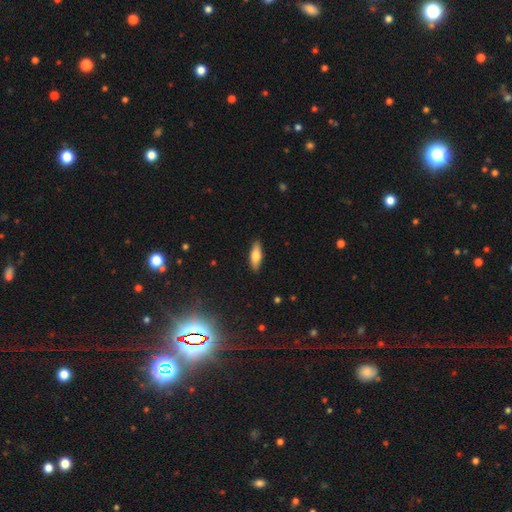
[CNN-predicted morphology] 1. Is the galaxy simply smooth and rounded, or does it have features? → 73% smooth, 20% featured or disk, 7% star or artifact.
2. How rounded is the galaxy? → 60% in between, 38% cigar-shaped, 2% round.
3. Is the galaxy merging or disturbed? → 88% none, 9% minor disturbance, 2% major disturbance, 1% merger.